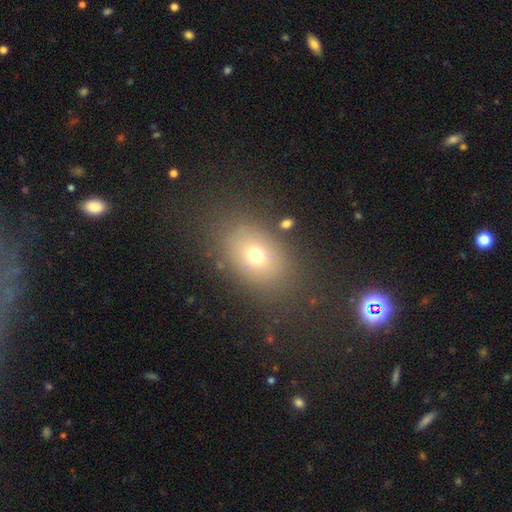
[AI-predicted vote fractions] smooth_or_featured: smooth (p=0.68) [alt: featured or disk p=0.16]
how_rounded: in between (p=0.72) [alt: round p=0.27]
merging: none (p=0.79) [alt: minor disturbance p=0.12]